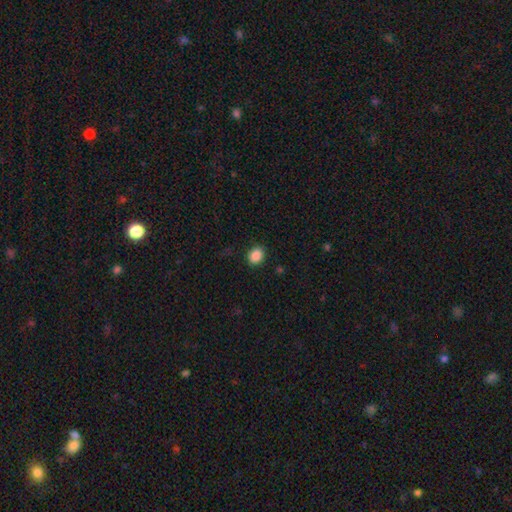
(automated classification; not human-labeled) Morphology: type=smooth (88%); roundness=in between (50%); merging=none (88%).